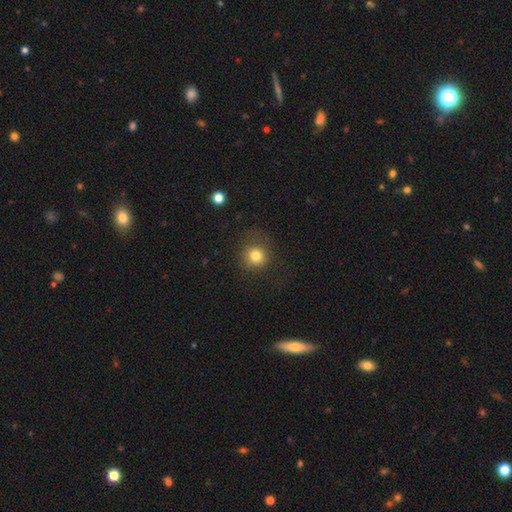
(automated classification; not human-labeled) Morphology: type=smooth (80%); roundness=round (90%); merging=none (78%).